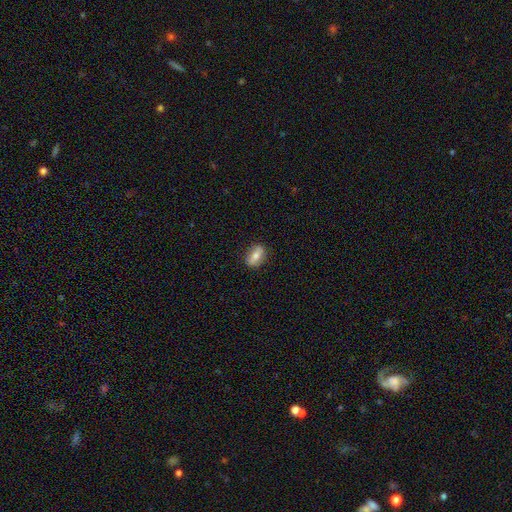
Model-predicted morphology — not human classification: type=smooth (57%); roundness=in between (76%); merging=none (85%).